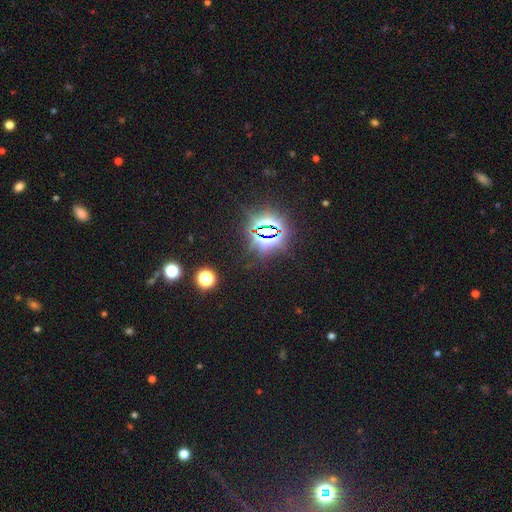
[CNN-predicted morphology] A star or artifact, not a galaxy (83%).